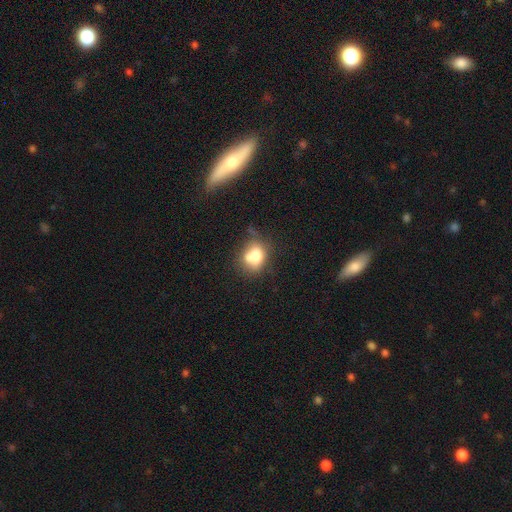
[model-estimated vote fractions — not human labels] This is likely a smooth galaxy (69%). How rounded: possibly round (50%). Merging: marginally merger (41%).